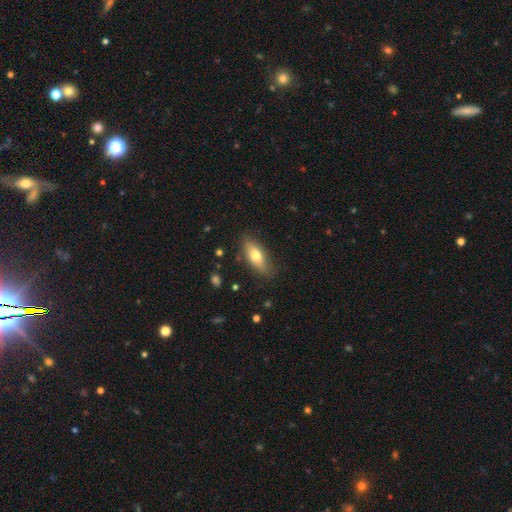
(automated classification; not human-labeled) Smooth or featured?
  - smooth: 69% *
  - featured or disk: 24%
  - star or artifact: 7%
How rounded?
  - in between: 74% *
  - cigar-shaped: 23%
  - round: 3%
Merging?
  - none: 79% *
  - minor disturbance: 16%
  - major disturbance: 3%
  - merger: 2%